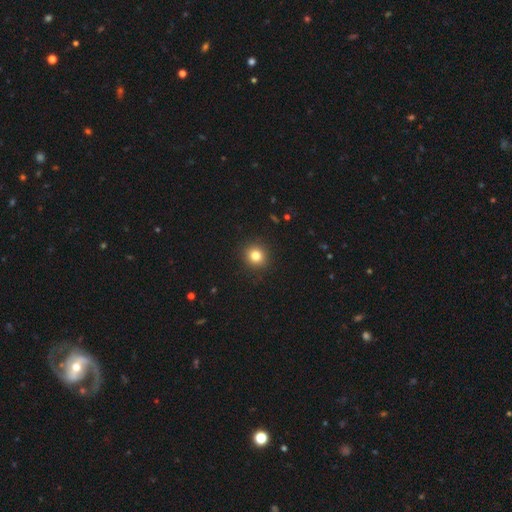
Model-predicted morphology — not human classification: smooth_or_featured: smooth (p=0.81) [alt: star or artifact p=0.12]
how_rounded: round (p=0.88) [alt: in between p=0.11]
merging: none (p=0.91) [alt: minor disturbance p=0.06]